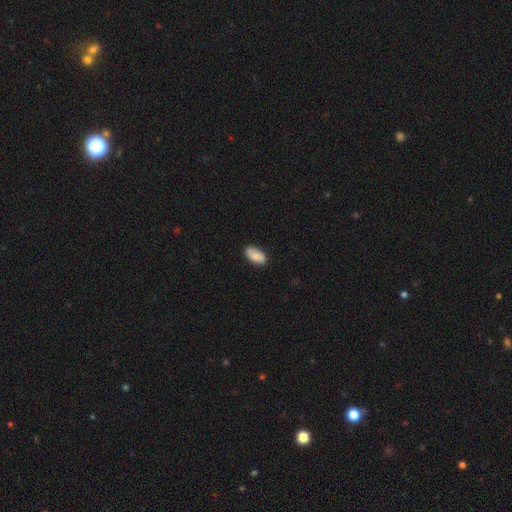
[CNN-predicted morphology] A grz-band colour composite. It shows a smooth galaxy with no disk features (83%) that is in between round and cigar-shaped (93%). Merging: none (84%).